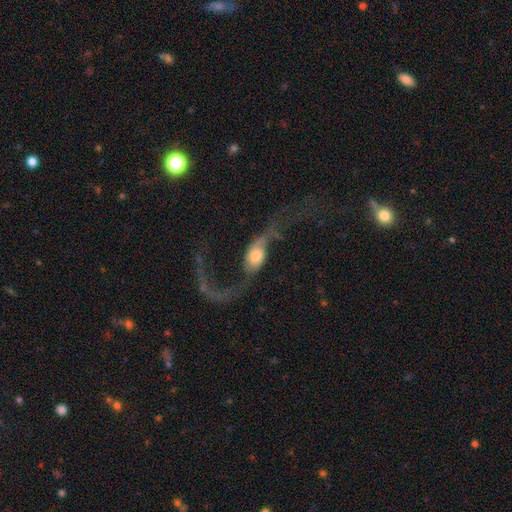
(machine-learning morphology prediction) Smooth or featured: featured or disk — 68% (smooth — 25%)
Edge-on disk: no — 90% (yes — 10%)
Bar: no — 68% (weak — 23%)
Spiral arms: yes — 81% (no — 19%)
Bulge size: moderate — 44% (small — 29%)
Merging: major disturbance — 50% (none — 28%)